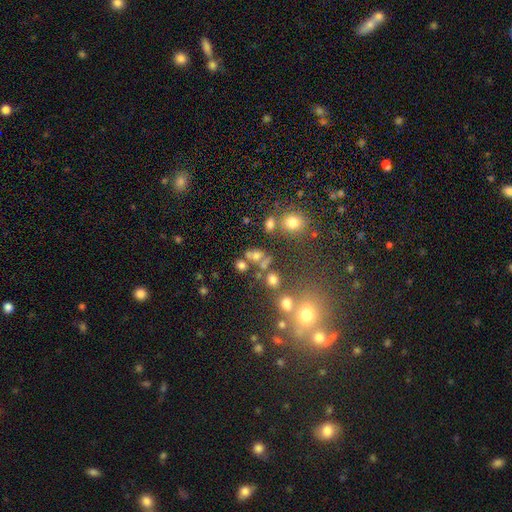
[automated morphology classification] This is possibly a smooth galaxy (59%). How rounded: possibly in between (50%). Merging: possibly none (48%).